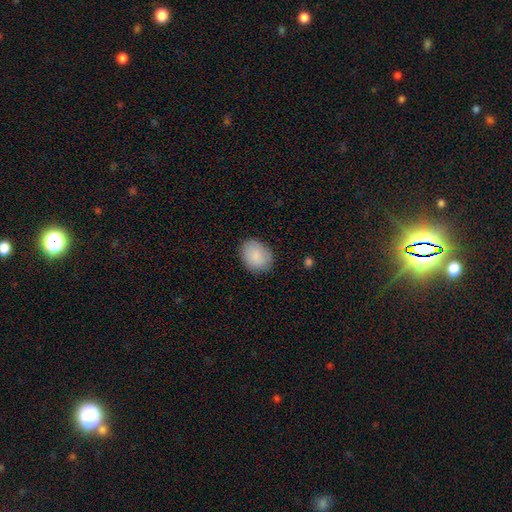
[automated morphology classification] Smooth or featured: smooth — 86% (featured or disk — 8%)
How rounded: in between — 58% (round — 41%)
Merging: none — 84% (minor disturbance — 12%)